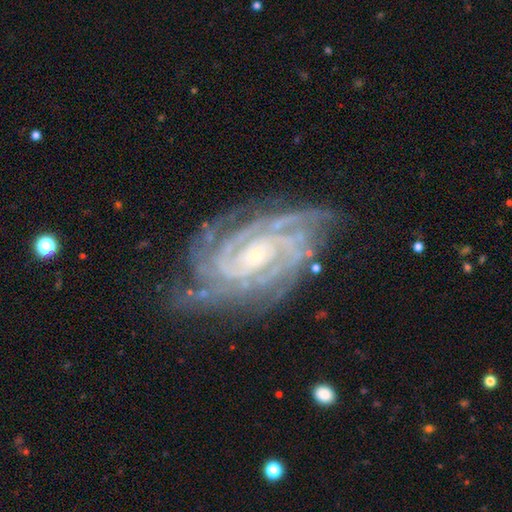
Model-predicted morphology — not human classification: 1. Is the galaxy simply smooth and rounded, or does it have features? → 91% featured or disk, 5% star or artifact, 3% smooth.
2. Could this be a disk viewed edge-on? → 97% no, 3% yes.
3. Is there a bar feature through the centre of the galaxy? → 57% no, 29% weak, 13% strong.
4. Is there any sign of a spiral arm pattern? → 99% yes, 1% no.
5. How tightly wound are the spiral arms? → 80% tight, 18% medium, 2% loose.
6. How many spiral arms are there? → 24% 4, 23% 3, 18% 2, 16% can't tell, 12% more than 4, 7% 1.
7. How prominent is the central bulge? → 75% small, 19% moderate, 3% none, 1% large, 1% dominant.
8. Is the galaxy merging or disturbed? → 72% none, 20% minor disturbance, 6% major disturbance, 2% merger.